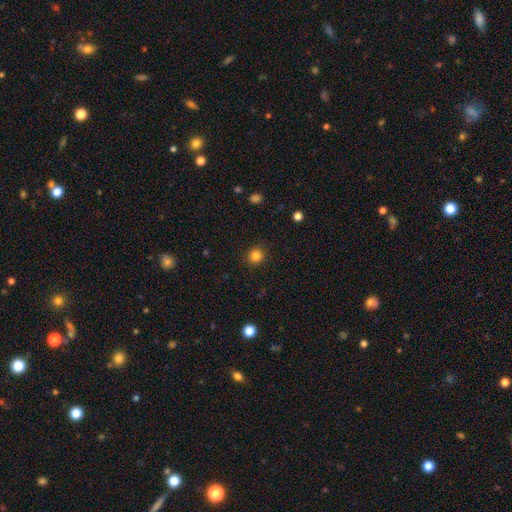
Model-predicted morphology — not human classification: smooth-or-featured: smooth: 83% | star or artifact: 12% | featured or disk: 4%
  how-rounded: round: 91% | in between: 8% | cigar-shaped: 1%
  merging: none: 90% | minor disturbance: 7% | major disturbance: 2% | merger: 1%